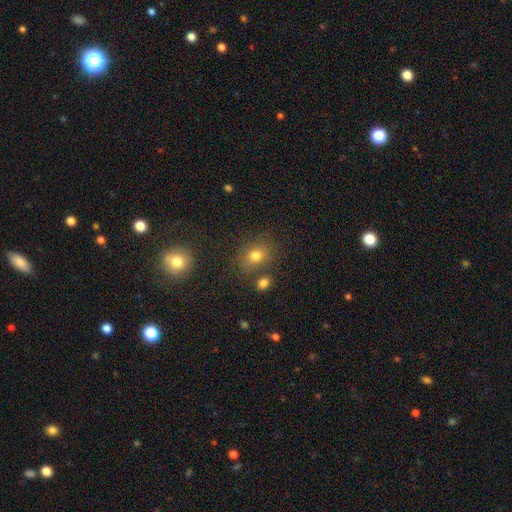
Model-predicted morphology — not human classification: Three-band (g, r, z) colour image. It shows a smooth galaxy with no disk features (76%) that is in between round and cigar-shaped (51%). Merging: none (73%).